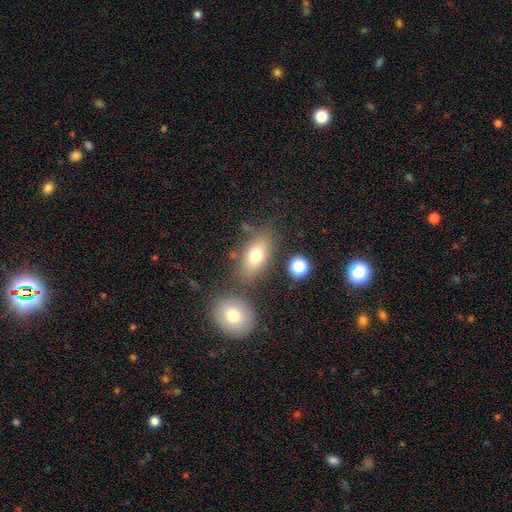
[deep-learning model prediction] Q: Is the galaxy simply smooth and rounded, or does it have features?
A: smooth — 73%.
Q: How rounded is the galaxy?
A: in between — 82%.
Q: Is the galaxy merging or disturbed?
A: none — 70%.